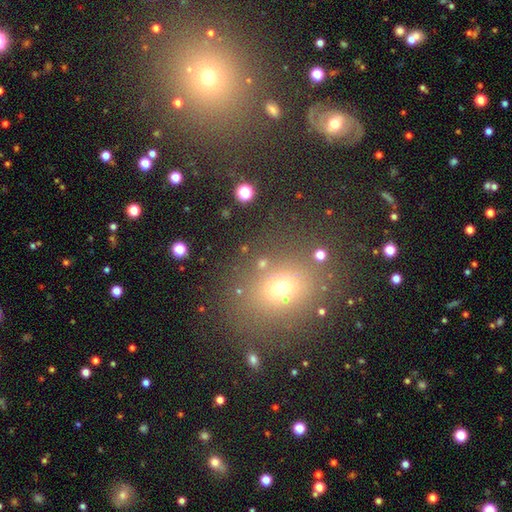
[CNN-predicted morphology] Smooth or featured: smooth — 48% (star or artifact — 42%)
Merging: none — 81% (minor disturbance — 9%)